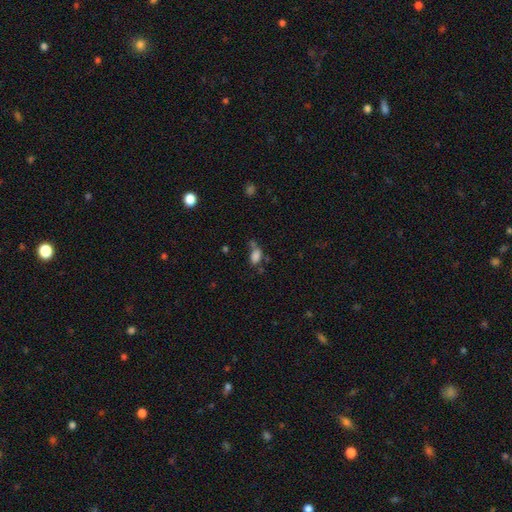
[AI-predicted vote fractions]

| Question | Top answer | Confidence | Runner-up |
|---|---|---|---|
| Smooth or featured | smooth | 78% | star or artifact (14%) |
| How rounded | in between | 85% | round (12%) |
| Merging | none | 39% | merger (25%) |